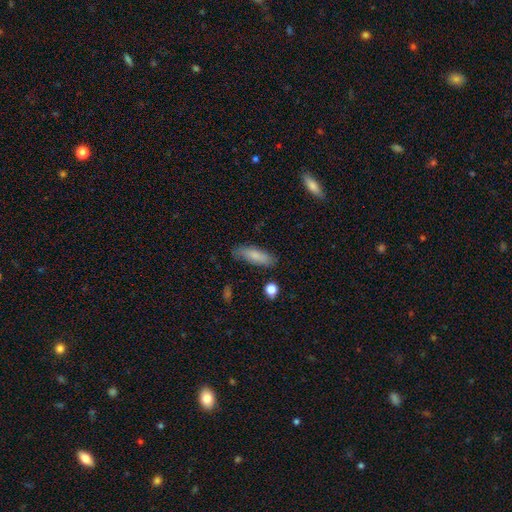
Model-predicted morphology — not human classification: This appears to be a smooth galaxy with no disk features (79%) that is in between round and cigar-shaped (50%). Merging: none (80%).